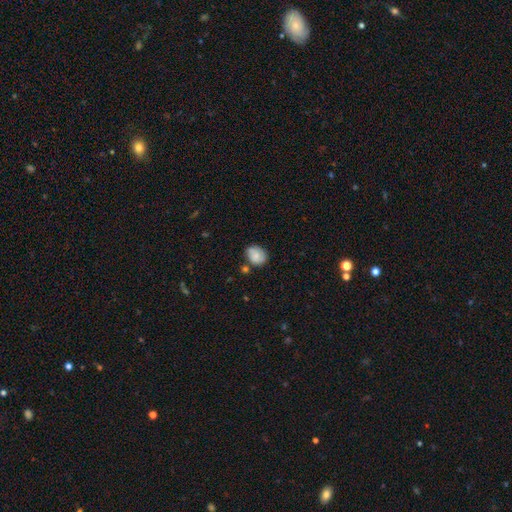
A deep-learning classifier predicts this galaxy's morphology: The model was most divided on "how rounded": round: 52%, in between: 47%, cigar-shaped: 1%. More confident: smooth or featured — smooth (74%); merging — none (61%).